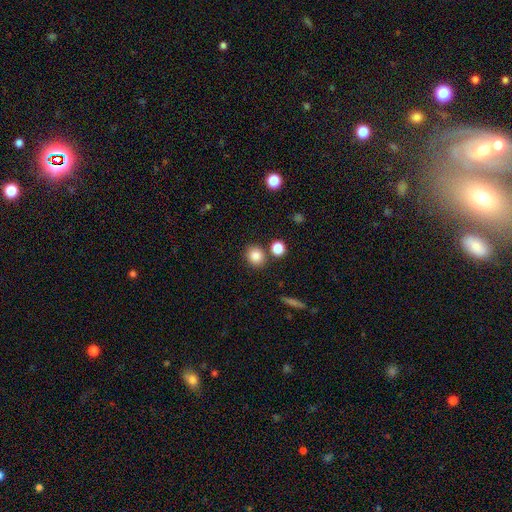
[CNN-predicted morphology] smooth 84%, star or artifact 10%, featured or disk 5%. Down the decision tree: how rounded — round (81%); merging — none (80%).